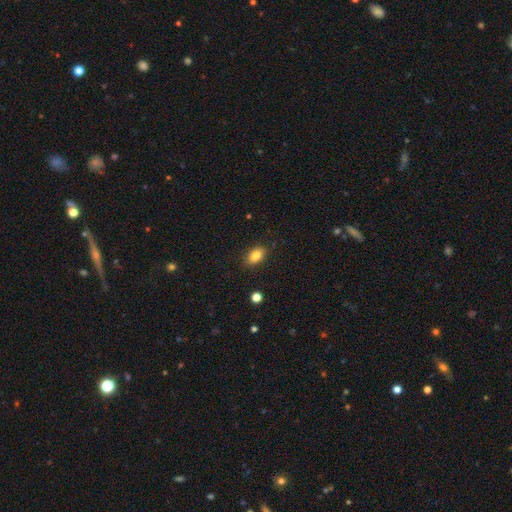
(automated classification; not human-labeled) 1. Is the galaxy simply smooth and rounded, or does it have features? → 83% smooth, 9% star or artifact, 8% featured or disk.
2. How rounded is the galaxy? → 88% in between, 9% round, 3% cigar-shaped.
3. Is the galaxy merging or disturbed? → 87% none, 10% minor disturbance, 2% major disturbance, 1% merger.